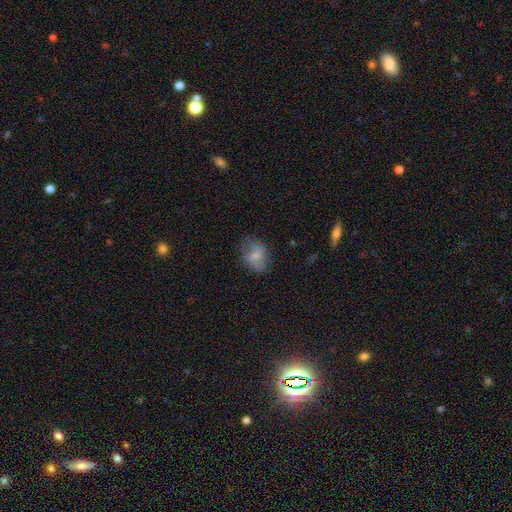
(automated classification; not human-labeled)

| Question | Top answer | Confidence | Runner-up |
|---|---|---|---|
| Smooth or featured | smooth | 59% | featured or disk (32%) |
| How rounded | in between | 59% | round (40%) |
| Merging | none | 66% | minor disturbance (23%) |